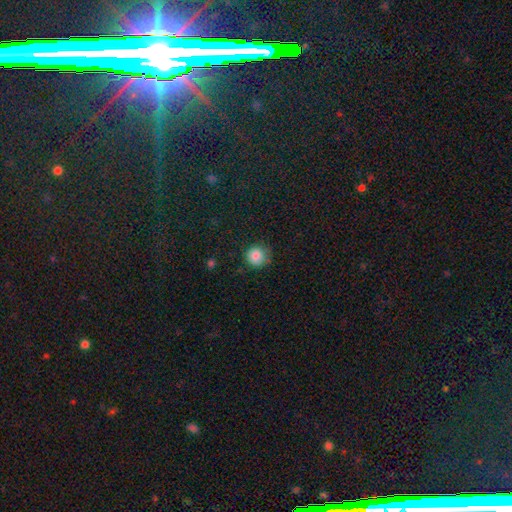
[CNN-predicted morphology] smooth 84%, star or artifact 10%, featured or disk 5%. Down the decision tree: how rounded — round (92%); merging — none (74%).